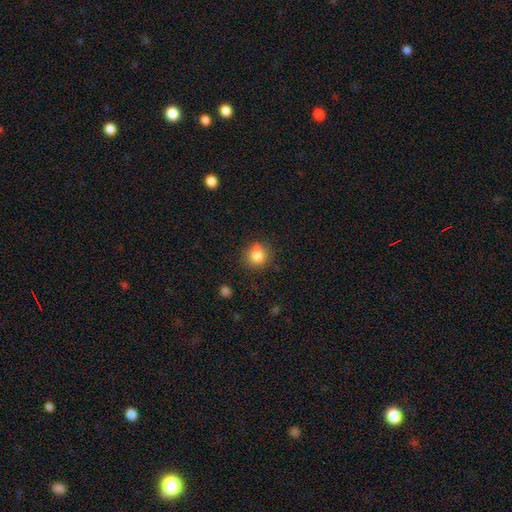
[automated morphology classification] A smooth galaxy with no disk features (84%) that is round (89%). Merging: none (81%).